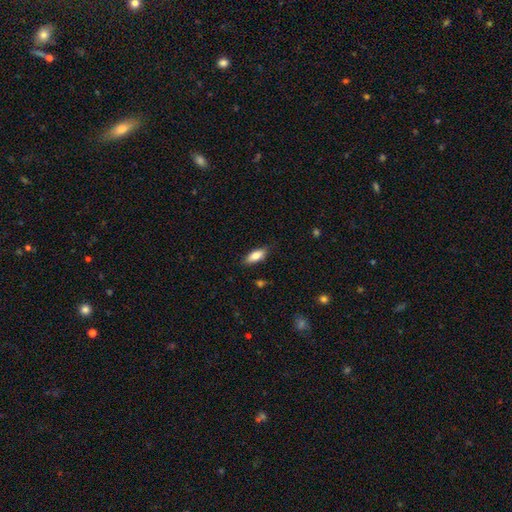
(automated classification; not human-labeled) This appears to be a smooth galaxy with no disk features (81%) that is in between round and cigar-shaped (77%). Merging: none (84%).